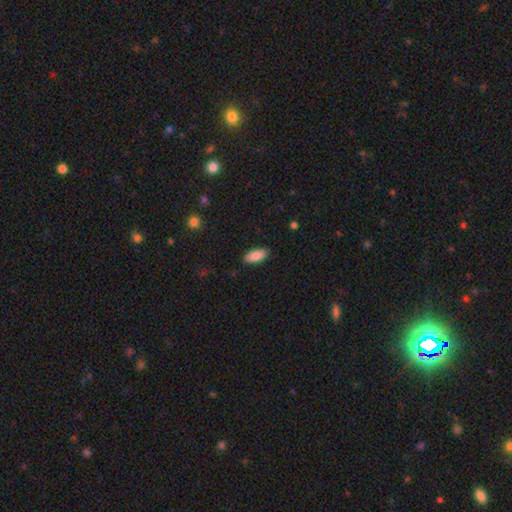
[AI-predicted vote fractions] smooth_or_featured: smooth (p=0.87) [alt: star or artifact p=0.06]
how_rounded: in between (p=0.88) [alt: cigar-shaped p=0.10]
merging: none (p=0.88) [alt: minor disturbance p=0.09]